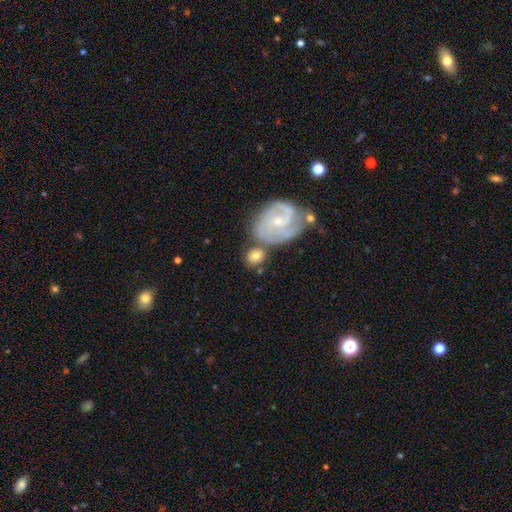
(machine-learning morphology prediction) Smooth or featured: smooth — 57% (featured or disk — 37%)
How rounded: round — 70% (in between — 29%)
Merging: none — 63% (merger — 16%)